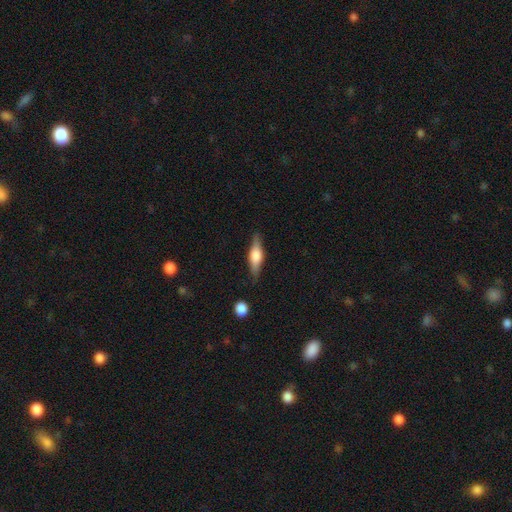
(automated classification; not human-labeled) Overall: featured or disk (56%; smooth 38%). Edge-on disk: yes (95%). Edge-on bulge: rounded (81%). Merging: none (83%).